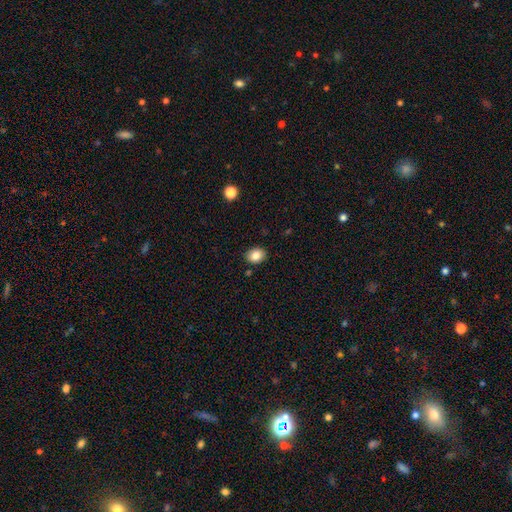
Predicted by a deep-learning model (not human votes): smooth_or_featured: smooth (p=0.84) [alt: star or artifact p=0.09]
how_rounded: round (p=0.50) [alt: in between p=0.49]
merging: none (p=0.89) [alt: minor disturbance p=0.08]